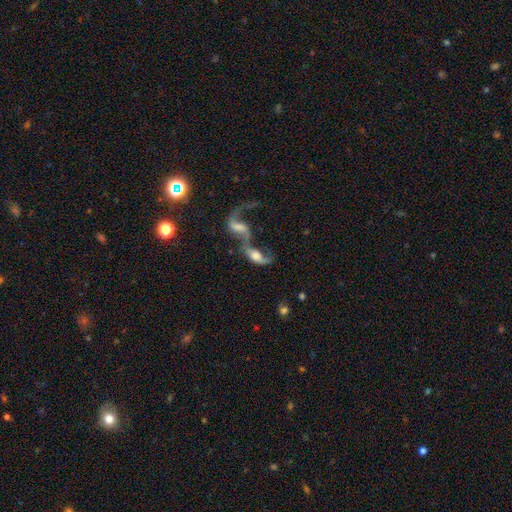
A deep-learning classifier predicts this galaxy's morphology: The model was most divided on "smooth or featured": featured or disk: 55%, smooth: 35%, star or artifact: 10%. More confident: edge-on disk — no (89%); merging — merger (74%).